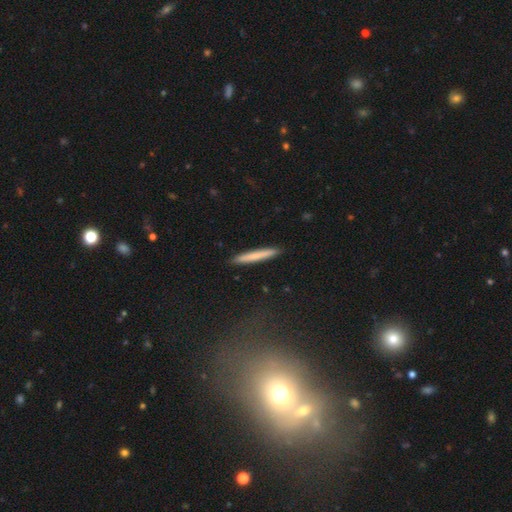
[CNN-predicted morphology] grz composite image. It shows a smooth galaxy with no disk features (71%) that is cigar-shaped (96%). Merging: none (91%).